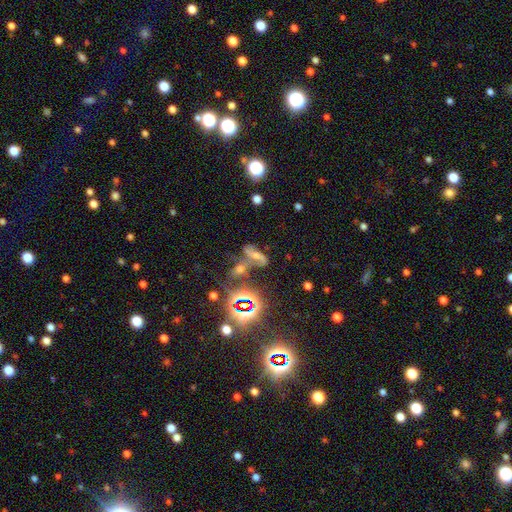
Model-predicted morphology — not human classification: Smooth or featured? star or artifact (35%)